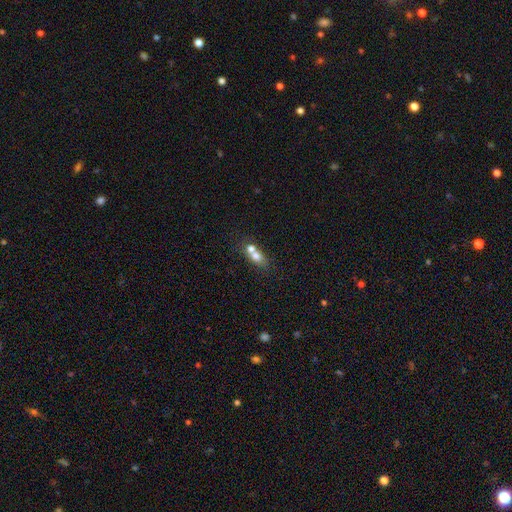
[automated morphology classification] smooth-or-featured: smooth: 69% | featured or disk: 20% | star or artifact: 11%
  how-rounded: in between: 54% | round: 40% | cigar-shaped: 5%
  merging: merger: 62% | none: 27% | minor disturbance: 7% | major disturbance: 4%